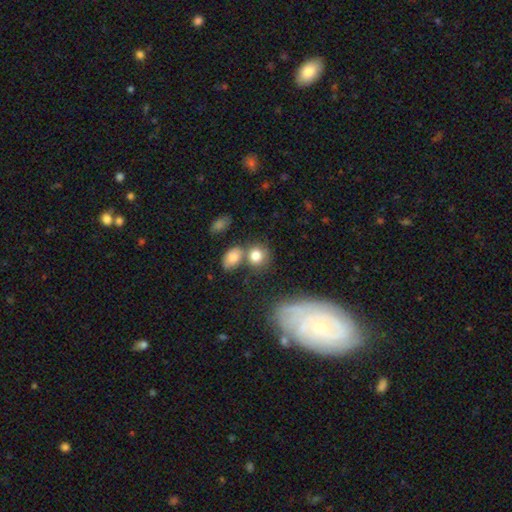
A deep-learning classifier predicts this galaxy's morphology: type=smooth (78%); roundness=round (68%); merging=none (55%).